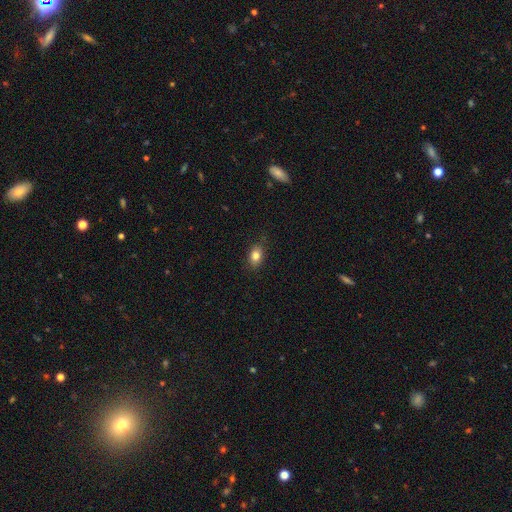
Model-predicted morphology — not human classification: The model was most divided on "how rounded": in between: 80%, round: 18%, cigar-shaped: 2%. More confident: merging — none (85%); smooth or featured — smooth (81%).